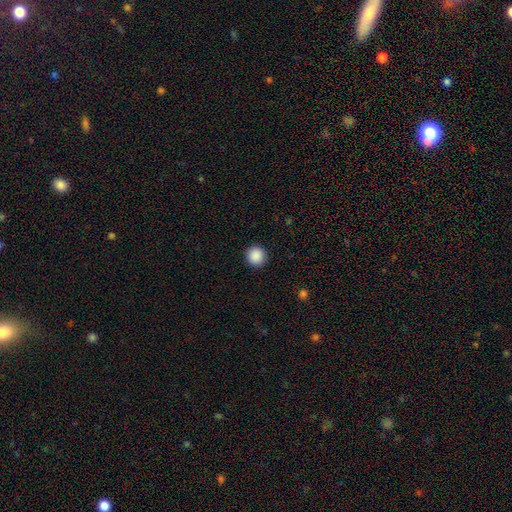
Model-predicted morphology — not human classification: A smooth galaxy with no disk features (89%) that is round (93%).

Vote fractions:
- Smooth or featured? smooth: 89% / star or artifact: 8% / featured or disk: 2%
- How rounded? round: 93% / in between: 6% / cigar-shaped: 1%
- Merging? none: 92% / minor disturbance: 5% / major disturbance: 2% / merger: 1%